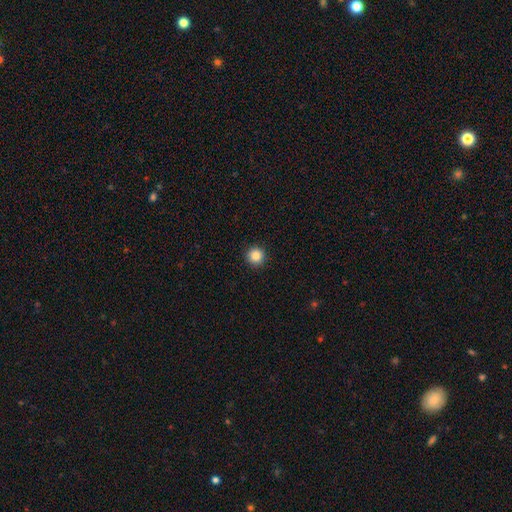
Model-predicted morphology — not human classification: Smooth or featured: smooth — 87% (star or artifact — 10%)
How rounded: round — 96% (in between — 3%)
Merging: none — 93% (minor disturbance — 5%)